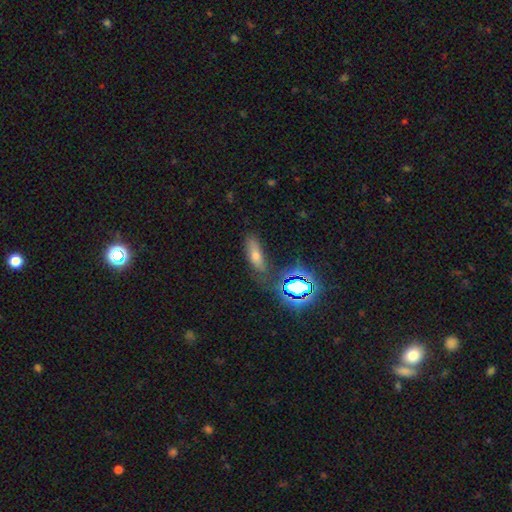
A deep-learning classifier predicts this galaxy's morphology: A smooth galaxy with no disk features (56%) that is in between round and cigar-shaped (53%). Merging: none (70%).